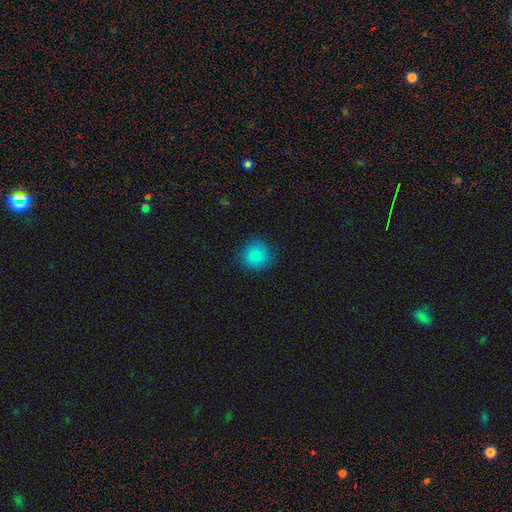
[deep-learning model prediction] A smooth galaxy with no disk features (85%) that is round (90%). Merging: none (87%).